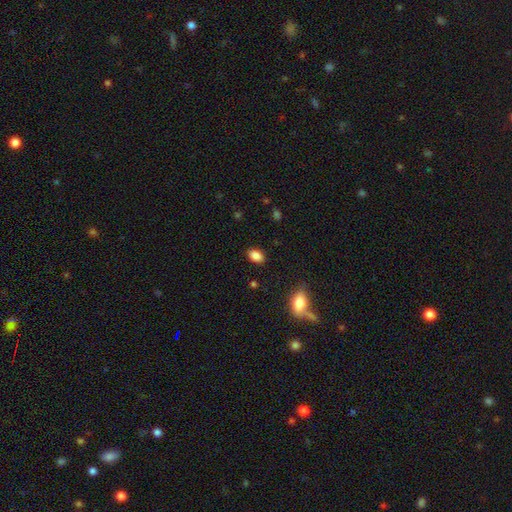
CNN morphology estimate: This appears to be a smooth galaxy with no disk features (86%) that is in between round and cigar-shaped (88%). Merging: none (87%).